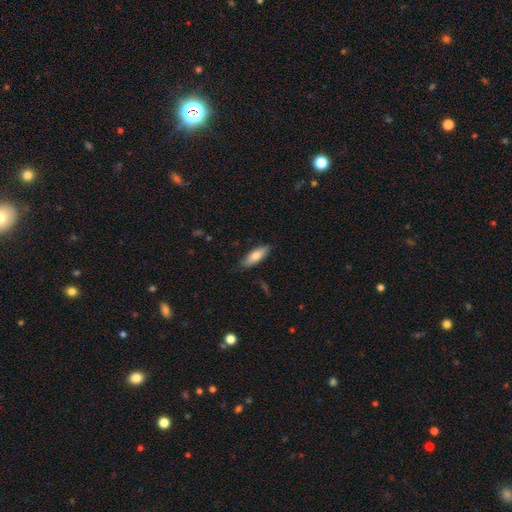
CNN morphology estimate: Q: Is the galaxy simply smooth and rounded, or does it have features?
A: smooth — 75%.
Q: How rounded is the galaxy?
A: in between — 61%.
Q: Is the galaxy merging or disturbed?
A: none — 83%.